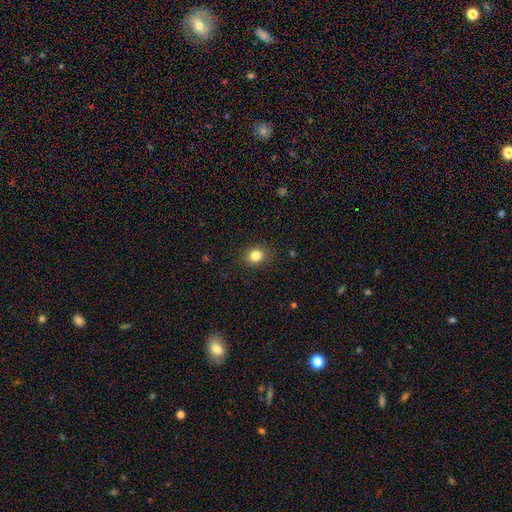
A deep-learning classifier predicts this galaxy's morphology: Smooth or featured?
  - smooth: 84% *
  - star or artifact: 11%
  - featured or disk: 5%
How rounded?
  - round: 71% *
  - in between: 28%
  - cigar-shaped: 1%
Merging?
  - none: 89% *
  - minor disturbance: 8%
  - major disturbance: 2%
  - merger: 1%